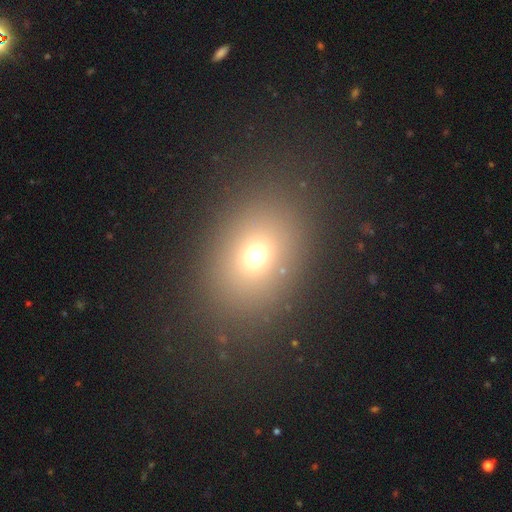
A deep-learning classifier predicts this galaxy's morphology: Smooth or featured? smooth (69%)
How rounded? in between (56%)
Merging? none (83%)